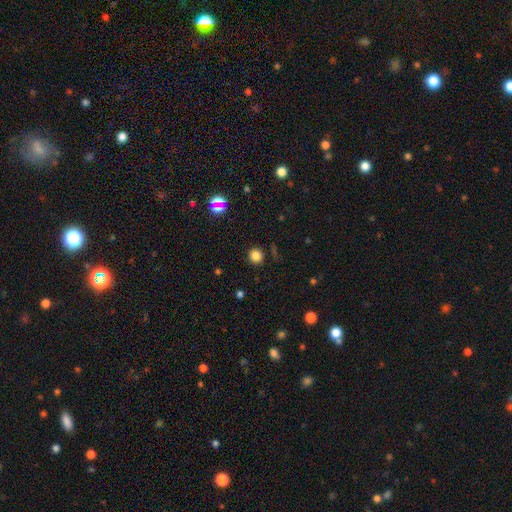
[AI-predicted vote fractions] Smooth or featured? Predicted: smooth (p=0.80). How rounded? Predicted: round (p=0.90). Merging? Predicted: none (p=0.88).